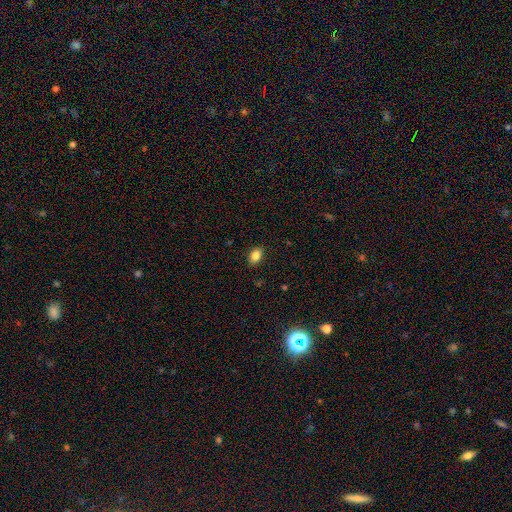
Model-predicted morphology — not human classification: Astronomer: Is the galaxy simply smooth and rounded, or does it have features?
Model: smooth — 85%.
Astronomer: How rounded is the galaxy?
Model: in between — 76%.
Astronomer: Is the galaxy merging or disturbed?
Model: none — 88%.